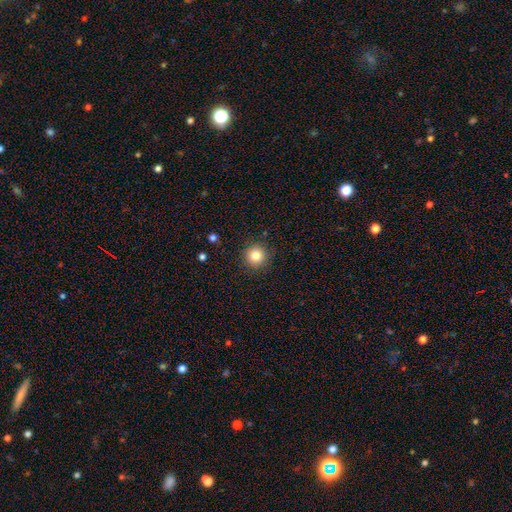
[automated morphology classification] Smooth or featured? smooth (83%)
How rounded? round (95%)
Merging? none (90%)